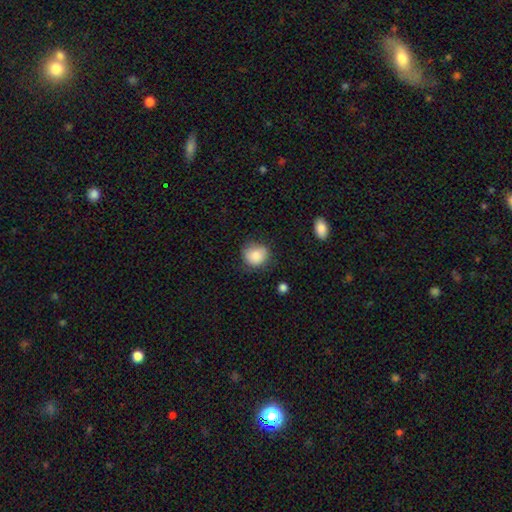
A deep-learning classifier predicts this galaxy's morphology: A smooth galaxy with no disk features (85%) that is round (77%). Merging: none (67%).